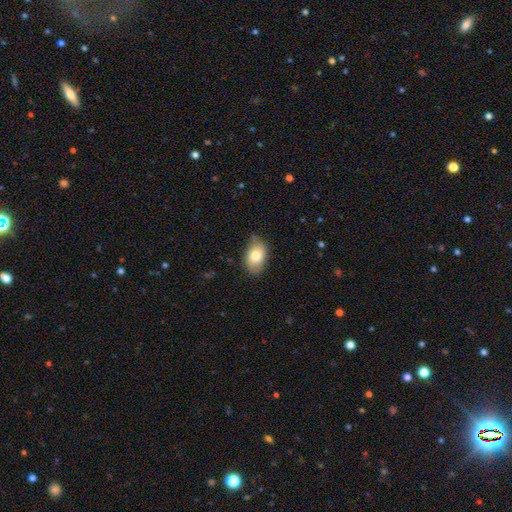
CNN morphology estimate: Smooth or featured?
  - smooth: 80% *
  - featured or disk: 13%
  - star or artifact: 7%
How rounded?
  - in between: 89% *
  - round: 9%
  - cigar-shaped: 1%
Merging?
  - none: 76% *
  - minor disturbance: 19%
  - major disturbance: 3%
  - merger: 2%